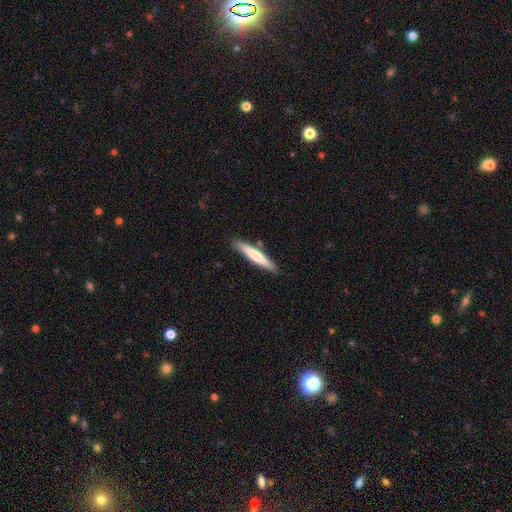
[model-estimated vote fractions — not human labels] This is likely a smooth galaxy (64%). How rounded: clearly cigar-shaped (92%). Merging: clearly none (85%).